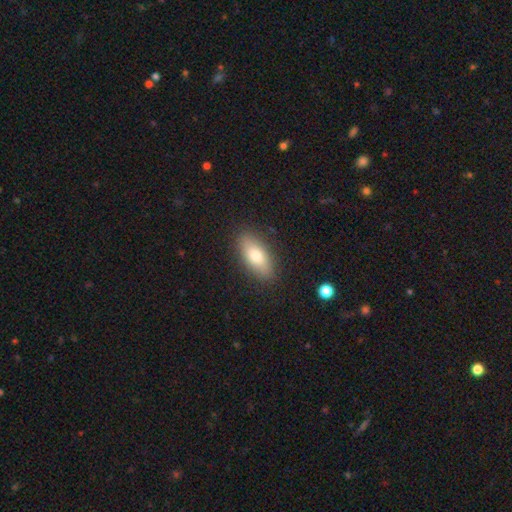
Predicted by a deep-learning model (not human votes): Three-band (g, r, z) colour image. It shows a smooth galaxy with no disk features (76%) that is in between round and cigar-shaped (79%). Merging: none (87%).